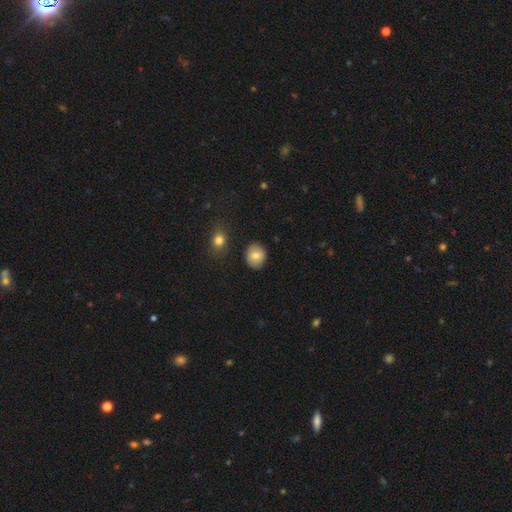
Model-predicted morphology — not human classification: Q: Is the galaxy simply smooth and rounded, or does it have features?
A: smooth — 81%.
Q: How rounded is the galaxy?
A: round — 72%.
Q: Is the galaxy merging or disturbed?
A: none — 87%.